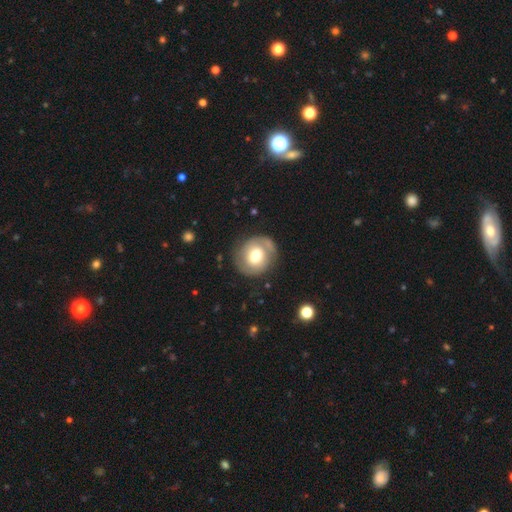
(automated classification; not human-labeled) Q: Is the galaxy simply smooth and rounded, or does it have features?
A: smooth — 49%.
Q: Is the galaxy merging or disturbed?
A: none — 78%.